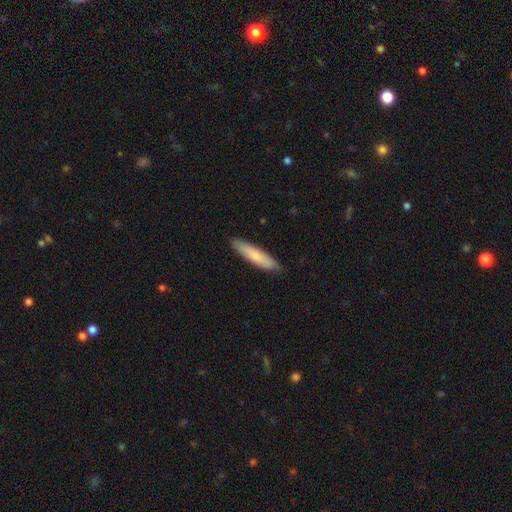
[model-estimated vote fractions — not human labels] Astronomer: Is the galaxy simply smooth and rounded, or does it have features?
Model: smooth — 71%.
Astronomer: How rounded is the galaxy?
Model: cigar-shaped — 80%.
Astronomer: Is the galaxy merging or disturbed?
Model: none — 85%.